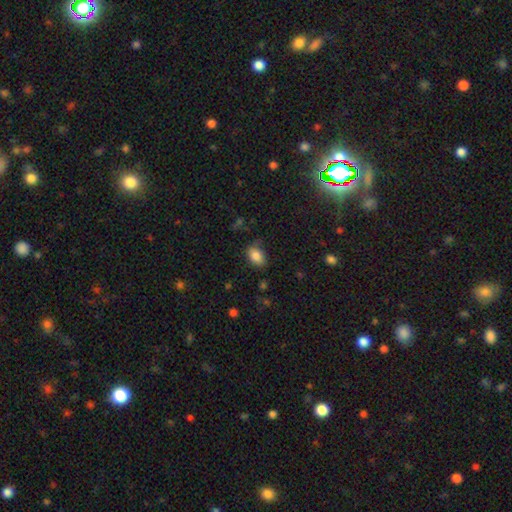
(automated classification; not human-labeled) A smooth galaxy with no disk features (84%) that is in between round and cigar-shaped (83%). Merging: none (70%).